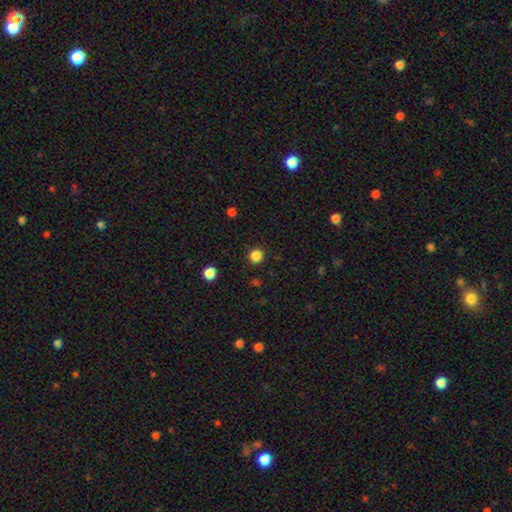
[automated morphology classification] Smooth or featured? smooth (85%)
How rounded? round (93%)
Merging? none (91%)